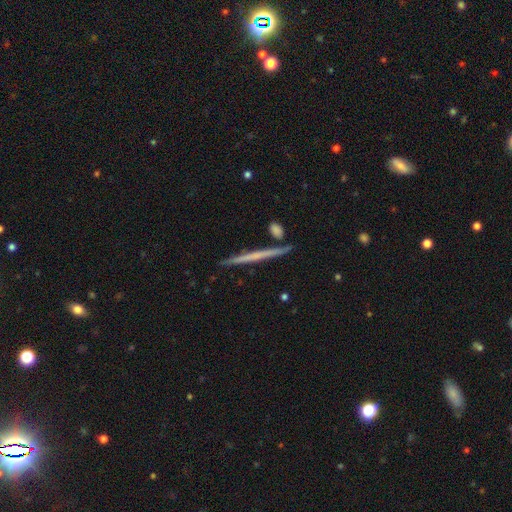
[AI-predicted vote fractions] smooth_or_featured: featured or disk (p=0.53) [alt: smooth p=0.41]
disk_edge_on: yes (p=0.97) [alt: no p=0.03]
edge_on_bulge: none (p=0.89) [alt: rounded p=0.08]
merging: none (p=0.89) [alt: minor disturbance p=0.06]